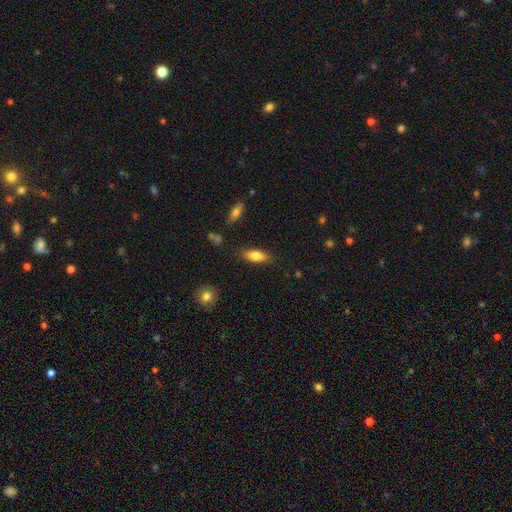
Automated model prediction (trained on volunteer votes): Smooth or featured? smooth (81%)
How rounded? in between (72%)
Merging? none (81%)